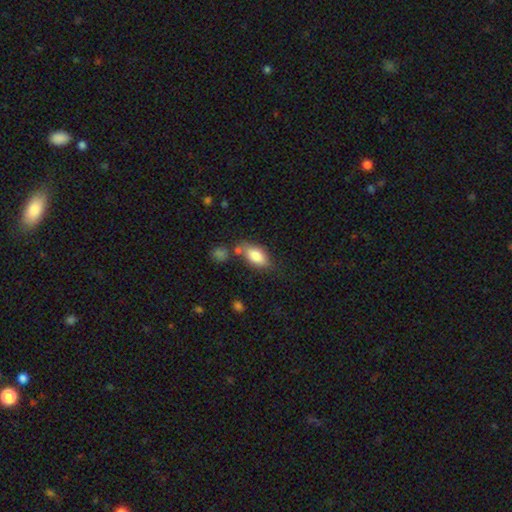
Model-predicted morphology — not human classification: This is clearly a smooth galaxy (81%). How rounded: clearly in between (88%). Merging: likely none (61%).